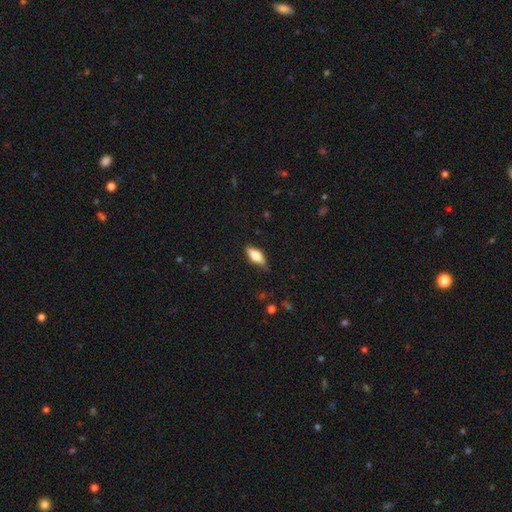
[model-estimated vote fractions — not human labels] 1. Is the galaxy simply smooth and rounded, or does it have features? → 59% smooth, 34% featured or disk, 7% star or artifact.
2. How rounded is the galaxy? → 74% in between, 23% cigar-shaped, 3% round.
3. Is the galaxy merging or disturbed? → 79% none, 17% minor disturbance, 3% major disturbance, 1% merger.